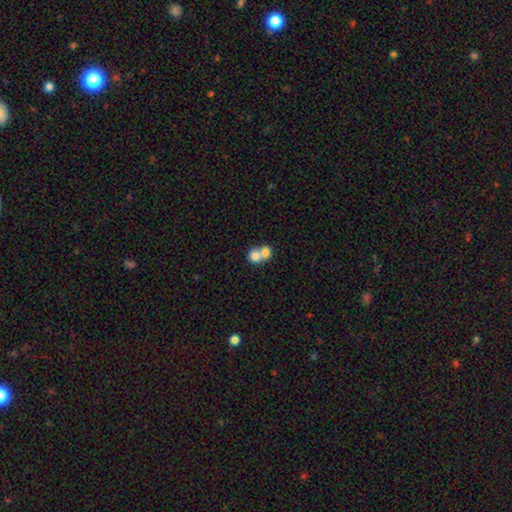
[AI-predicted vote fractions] smooth_or_featured: smooth (p=0.75) [alt: featured or disk p=0.17]
how_rounded: round (p=0.75) [alt: in between p=0.24]
merging: merger (p=0.70) [alt: none p=0.23]